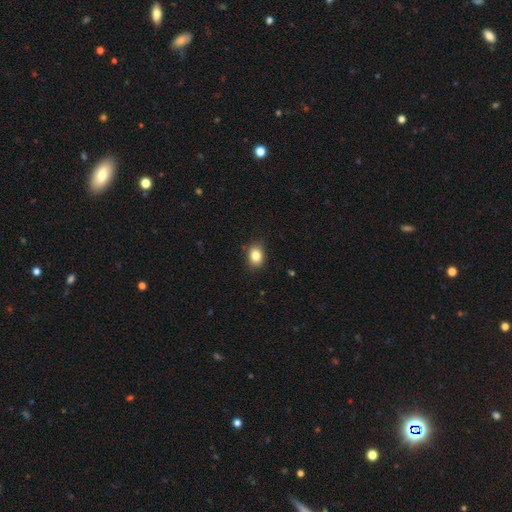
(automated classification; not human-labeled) smooth_or_featured: smooth (p=0.83) [alt: star or artifact p=0.10]
how_rounded: in between (p=0.62) [alt: round p=0.37]
merging: none (p=0.85) [alt: minor disturbance p=0.12]